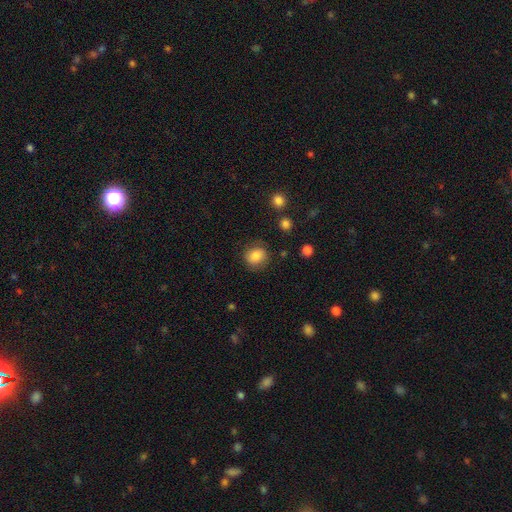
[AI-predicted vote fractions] Q: Smooth or featured?
A: smooth (83%); runner-up: star or artifact (9%)
Q: How rounded?
A: round (73%); runner-up: in between (26%)
Q: Merging?
A: none (81%); runner-up: minor disturbance (13%)